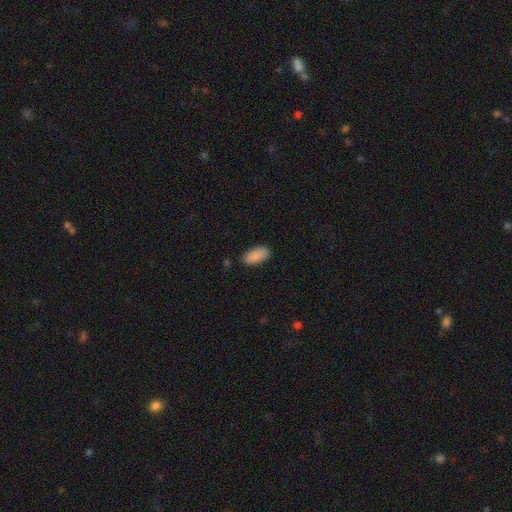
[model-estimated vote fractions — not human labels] Smooth or featured? smooth (90%)
How rounded? in between (91%)
Merging? none (85%)